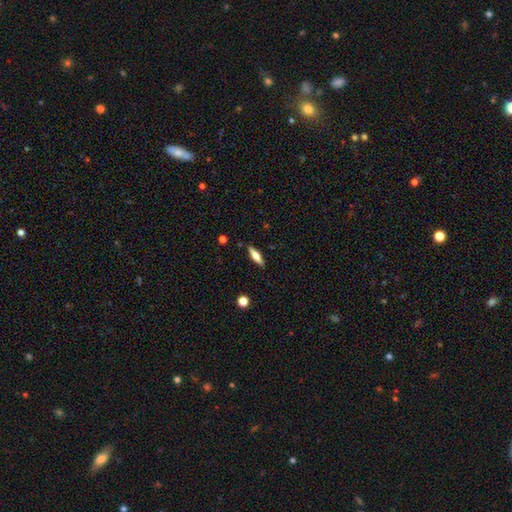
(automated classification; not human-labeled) smooth-or-featured: smooth: 49% | featured or disk: 44% | star or artifact: 7%
  merging: none: 88% | minor disturbance: 8% | major disturbance: 2% | merger: 2%